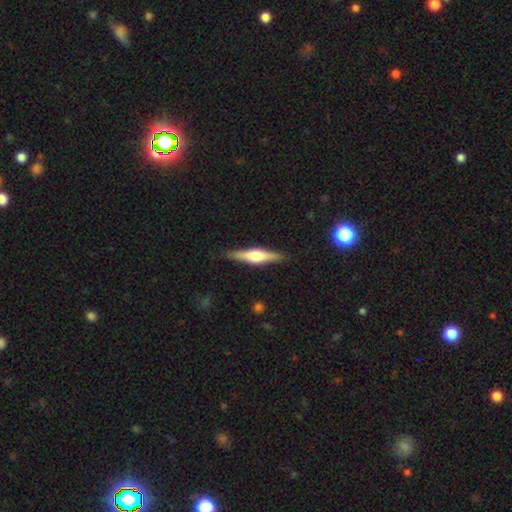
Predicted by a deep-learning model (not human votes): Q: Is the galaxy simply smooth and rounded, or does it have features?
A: featured or disk — 66%.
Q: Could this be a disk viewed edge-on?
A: yes — 97%.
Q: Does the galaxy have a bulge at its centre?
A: rounded — 89%.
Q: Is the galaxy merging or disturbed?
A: none — 89%.